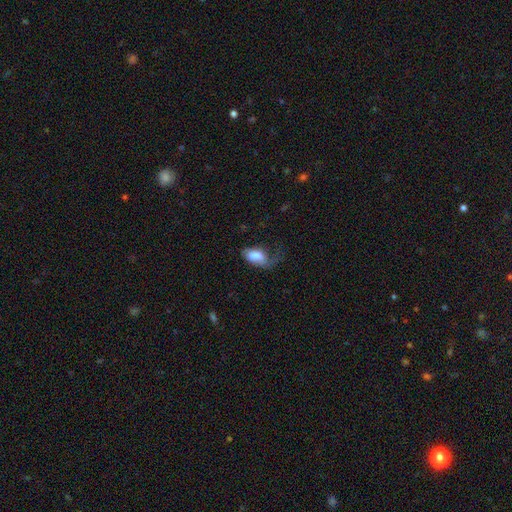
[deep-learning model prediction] The model was most divided on "merging": major disturbance: 44%, minor disturbance: 27%, none: 26%, merger: 3%. More confident: how rounded — in between (91%); smooth or featured — smooth (74%).